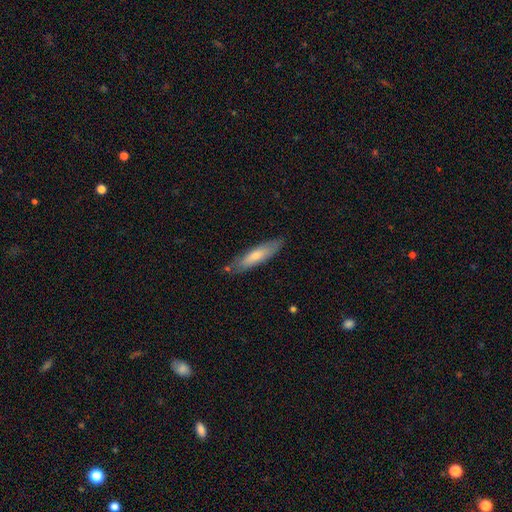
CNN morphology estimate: This appears to be a smooth galaxy with no disk features (68%) that is cigar-shaped (74%). Merging: none (79%).